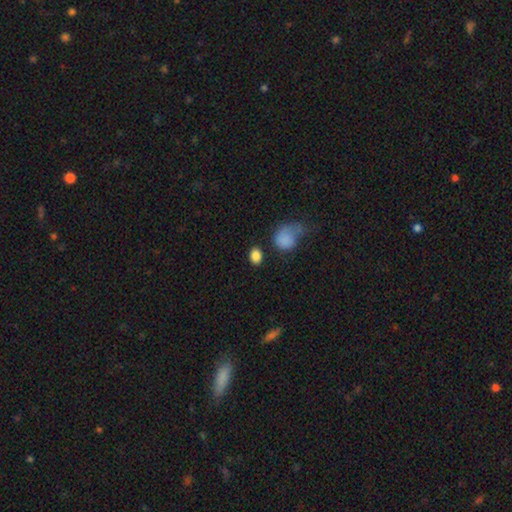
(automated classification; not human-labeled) Smooth or featured: smooth — 86% (star or artifact — 9%)
How rounded: in between — 59% (round — 40%)
Merging: none — 77% (minor disturbance — 11%)